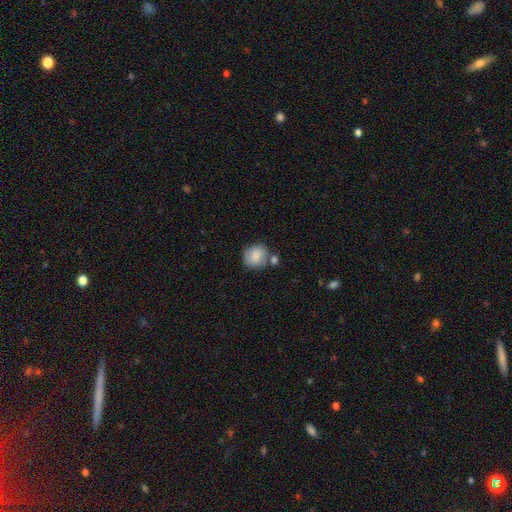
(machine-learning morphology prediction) This is clearly a smooth galaxy (81%). How rounded: clearly round (82%). Merging: likely none (62%).